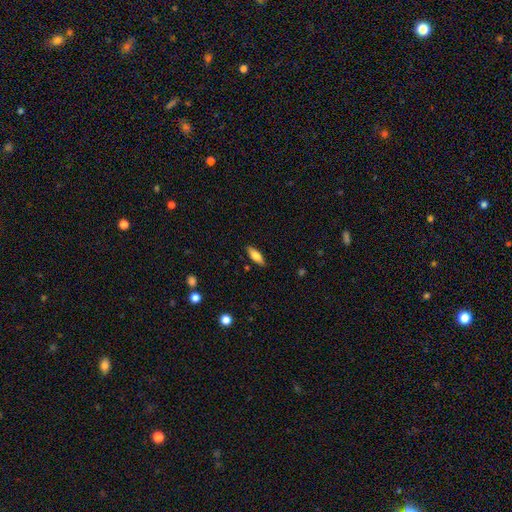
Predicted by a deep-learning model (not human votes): This is likely a smooth galaxy (73%). How rounded: likely in between (63%). Merging: clearly none (88%).